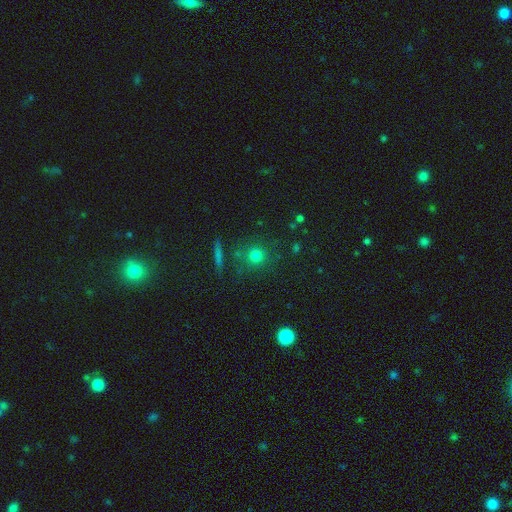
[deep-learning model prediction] Smooth or featured?
  - smooth: 73% *
  - star or artifact: 18%
  - featured or disk: 9%
How rounded?
  - round: 92% *
  - in between: 6%
  - cigar-shaped: 2%
Merging?
  - none: 81% *
  - minor disturbance: 9%
  - merger: 6%
  - major disturbance: 4%